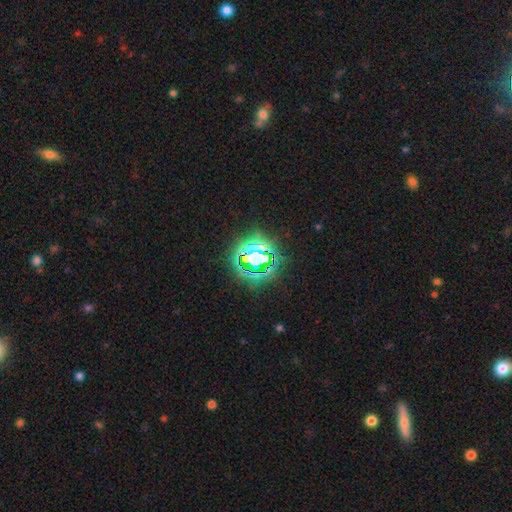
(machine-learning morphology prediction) star or artifact 74%, smooth 14%, featured or disk 12%.